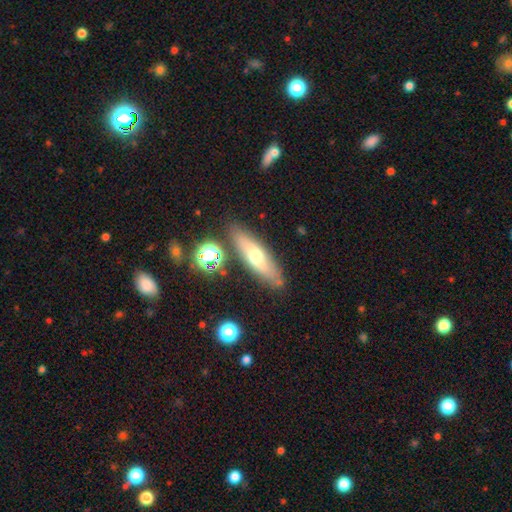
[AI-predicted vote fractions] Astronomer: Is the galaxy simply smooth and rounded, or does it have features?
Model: smooth — 50% (runner-up: featured or disk, 41%).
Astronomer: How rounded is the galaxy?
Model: cigar-shaped — 64%.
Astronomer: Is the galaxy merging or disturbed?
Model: none — 81%.